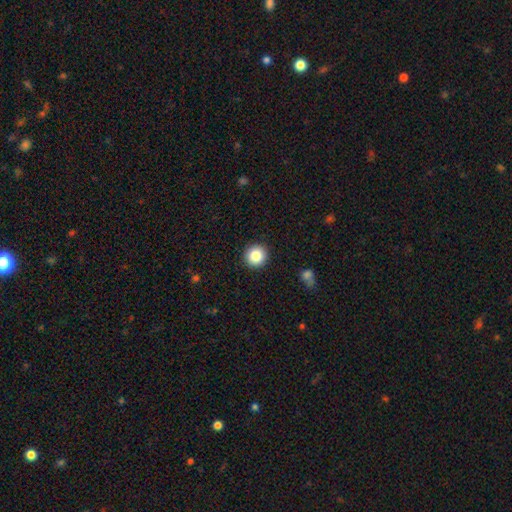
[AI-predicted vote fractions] Smooth or featured? Predicted: smooth (p=0.86). How rounded? Predicted: round (p=0.95). Merging? Predicted: none (p=0.92).